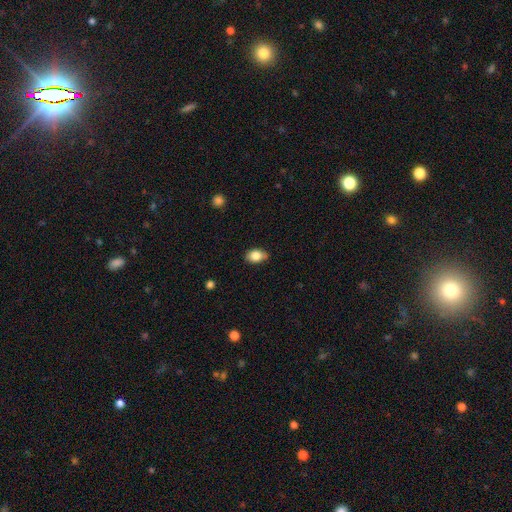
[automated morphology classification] Q: Smooth or featured?
A: smooth (83%); runner-up: featured or disk (9%)
Q: How rounded?
A: in between (83%); runner-up: round (15%)
Q: Merging?
A: none (79%); runner-up: minor disturbance (18%)